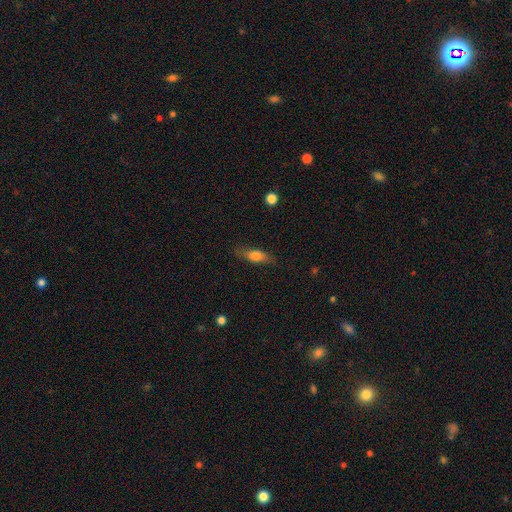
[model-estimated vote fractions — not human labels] Overall: smooth (69%). How rounded: in between (60%; cigar-shaped 36%). Merging: none (76%).